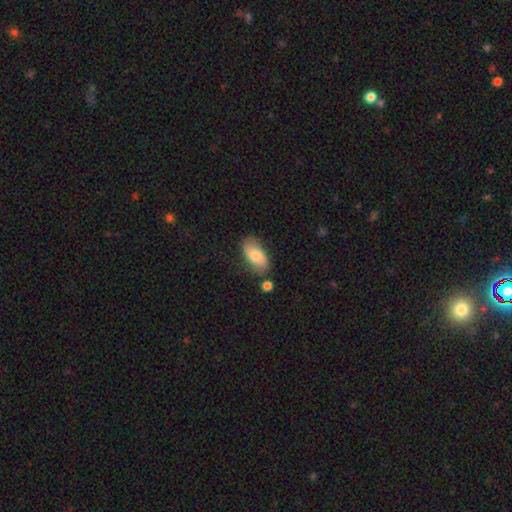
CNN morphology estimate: This is likely a smooth galaxy (70%). How rounded: clearly in between (93%). Merging: likely none (68%).